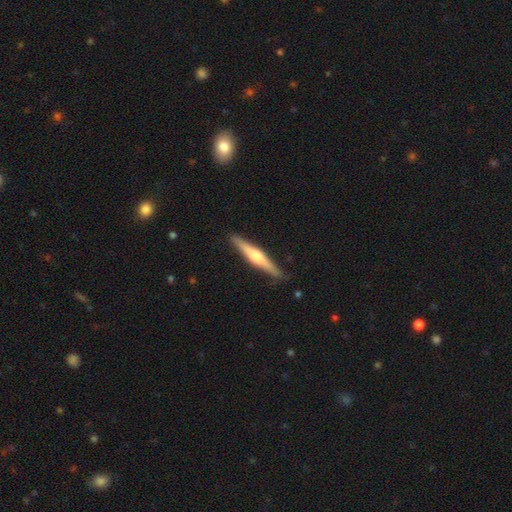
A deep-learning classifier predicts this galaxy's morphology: Overall: featured or disk (64%; smooth 31%). Edge-on disk: yes (97%). Edge-on bulge: rounded (82%). Merging: none (90%).